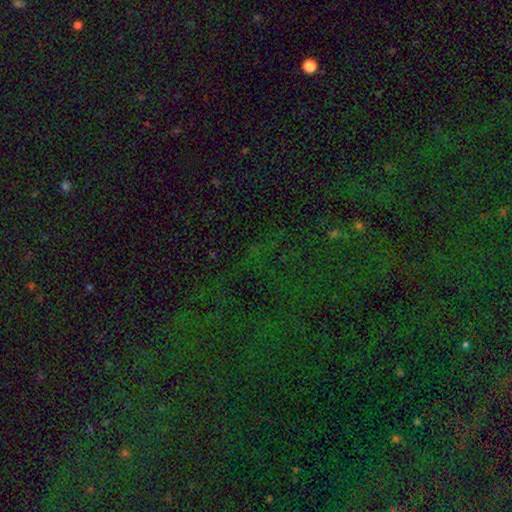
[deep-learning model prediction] Overall: star or artifact (81%).